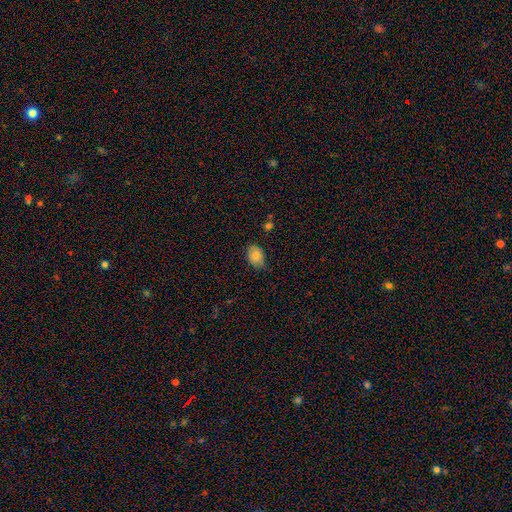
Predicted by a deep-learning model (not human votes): Morphology: type=smooth (80%); roundness=in between (76%); merging=none (74%).